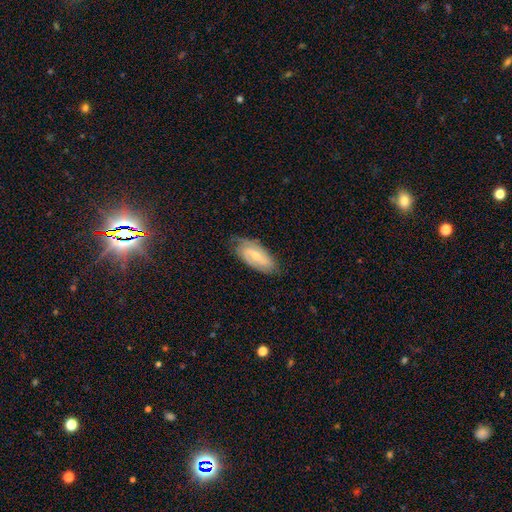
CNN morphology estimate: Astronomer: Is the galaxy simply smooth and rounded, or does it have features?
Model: featured or disk — 68%.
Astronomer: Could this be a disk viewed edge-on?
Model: no — 93%.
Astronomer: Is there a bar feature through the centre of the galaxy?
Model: weak — 47% (runner-up: no, 32%).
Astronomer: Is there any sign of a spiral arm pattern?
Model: yes — 90%.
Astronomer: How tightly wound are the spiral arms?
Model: tight — 44% (runner-up: medium, 39%).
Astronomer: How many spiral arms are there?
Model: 2 — 62%.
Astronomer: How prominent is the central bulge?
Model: small — 55% (runner-up: moderate, 39%).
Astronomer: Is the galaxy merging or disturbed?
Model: none — 68%.